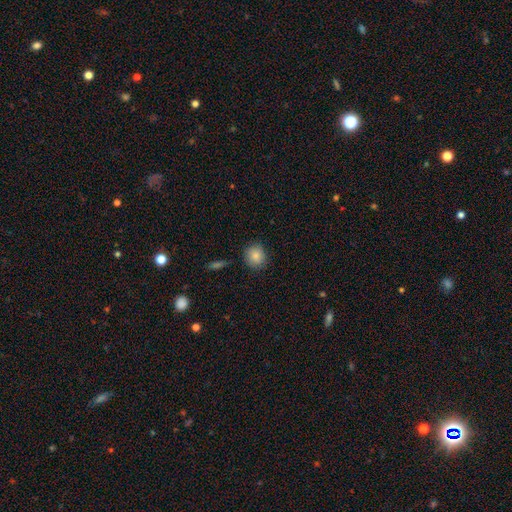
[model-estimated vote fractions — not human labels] Overall: smooth (85%). How rounded: round (86%). Merging: none (86%).